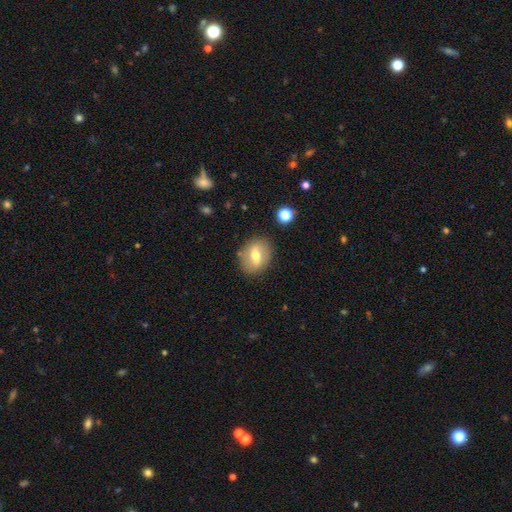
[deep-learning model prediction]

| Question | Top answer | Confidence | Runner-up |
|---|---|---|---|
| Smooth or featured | smooth | 52% | featured or disk (39%) |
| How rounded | round | 55% | in between (44%) |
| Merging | none | 83% | minor disturbance (11%) |